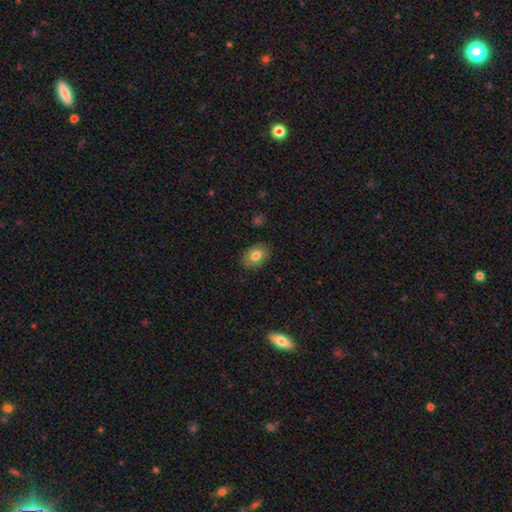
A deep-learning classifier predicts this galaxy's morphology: Q: Smooth or featured?
A: smooth (77%); runner-up: featured or disk (15%)
Q: How rounded?
A: in between (79%); runner-up: round (20%)
Q: Merging?
A: none (86%); runner-up: minor disturbance (11%)